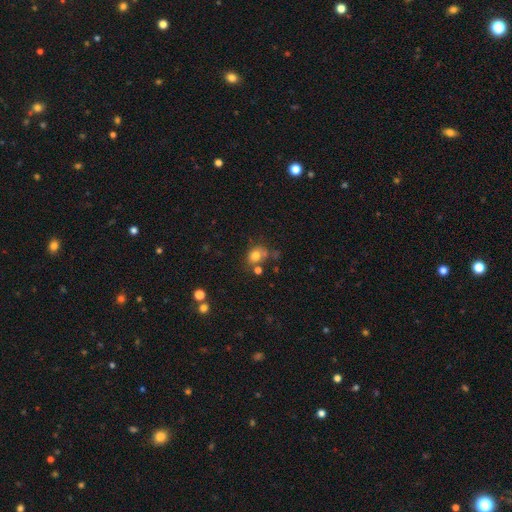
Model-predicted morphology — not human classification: A smooth galaxy with no disk features (76%) that is round (55%). Merging: none (53%).